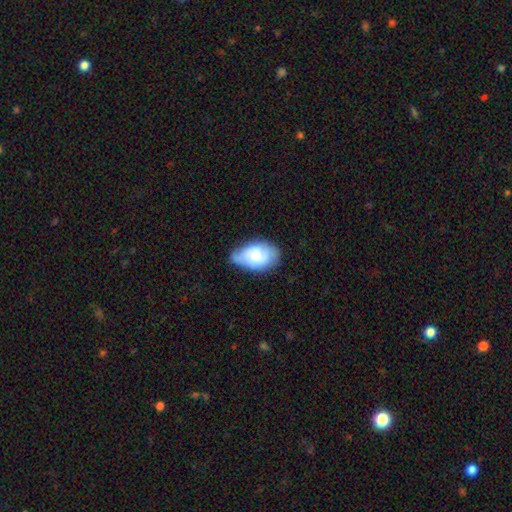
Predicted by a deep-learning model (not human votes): Overall: smooth (65%; featured or disk 28%). How rounded: in between (91%). Merging: none (51%; minor disturbance 38%).